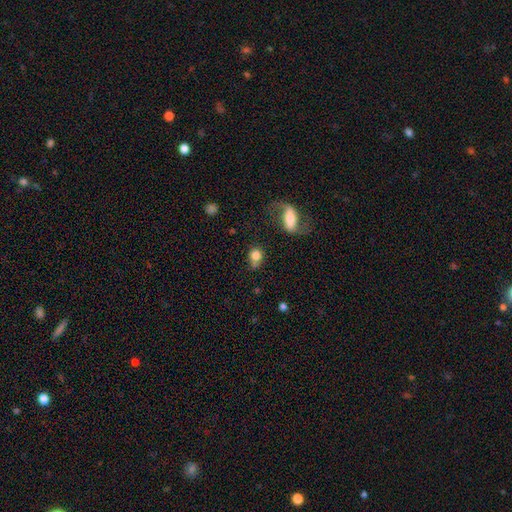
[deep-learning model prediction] Q: Smooth or featured?
A: smooth (78%); runner-up: featured or disk (13%)
Q: How rounded?
A: round (64%); runner-up: in between (34%)
Q: Merging?
A: none (52%); runner-up: minor disturbance (24%)